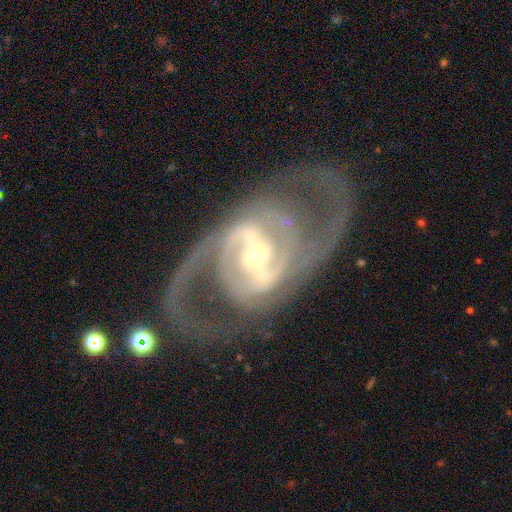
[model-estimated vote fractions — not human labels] smooth_or_featured: featured or disk (p=0.91) [alt: star or artifact p=0.05]
disk_edge_on: no (p=0.96) [alt: yes p=0.04]
bar: strong (p=0.55) [alt: weak p=0.32]
has_spiral_arms: yes (p=0.95) [alt: no p=0.05]
spiral_winding: medium (p=0.55) [alt: tight p=0.24]
spiral_arm_count: 2 (p=0.85) [alt: can't tell p=0.05]
bulge_size: small (p=0.55) [alt: moderate p=0.40]
merging: none (p=0.68) [alt: major disturbance p=0.16]